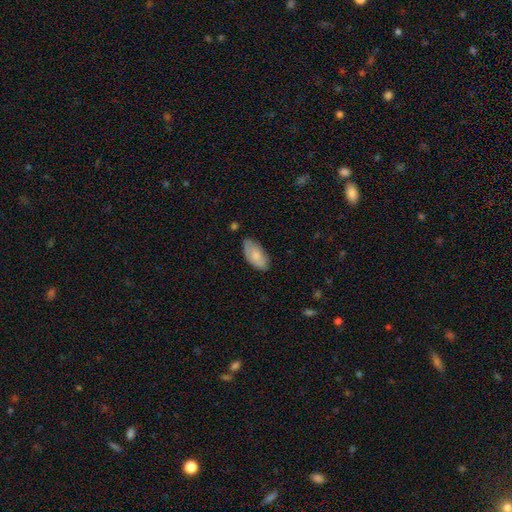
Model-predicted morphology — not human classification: A smooth galaxy with no disk features (75%) that is in between round and cigar-shaped (94%). Merging: none (73%).